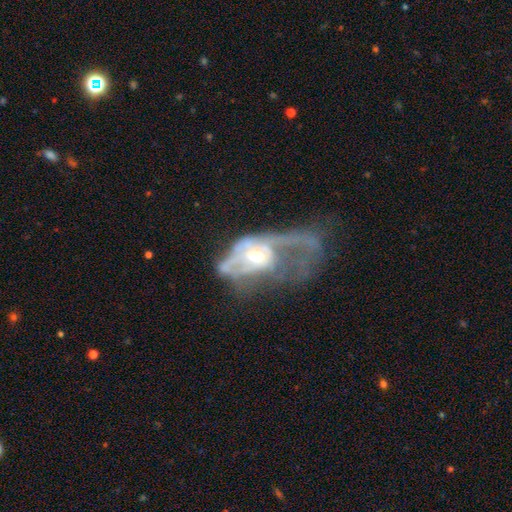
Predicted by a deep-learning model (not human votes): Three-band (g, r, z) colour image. It shows a featured or disk galaxy (71%) with no bar (76%), no spiral arms (55%) and a moderate central bulge (63%). Merging: major disturbance (68%).